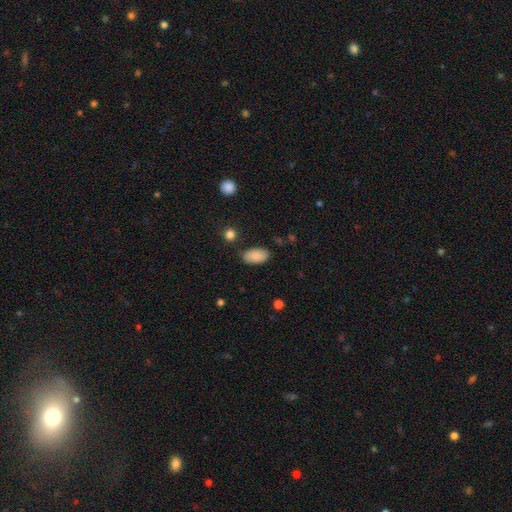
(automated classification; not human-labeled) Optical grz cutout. It shows a smooth galaxy with no disk features (88%) that is in between round and cigar-shaped (94%). Merging: none (83%).